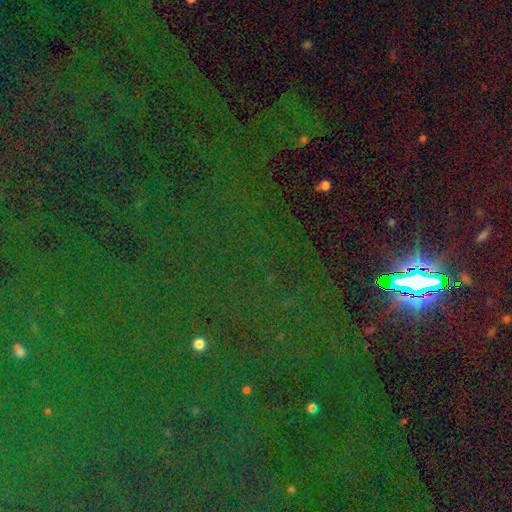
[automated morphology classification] The model was most divided on "smooth or featured": star or artifact: 86%, smooth: 8%, featured or disk: 6%.